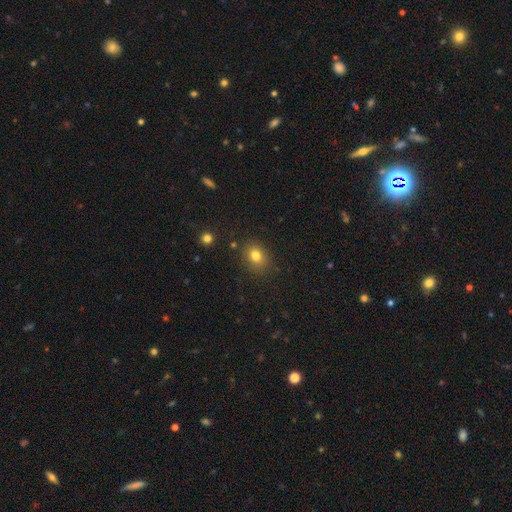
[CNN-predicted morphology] A smooth galaxy with no disk features (79%) that is in between round and cigar-shaped (52%). Merging: none (84%).